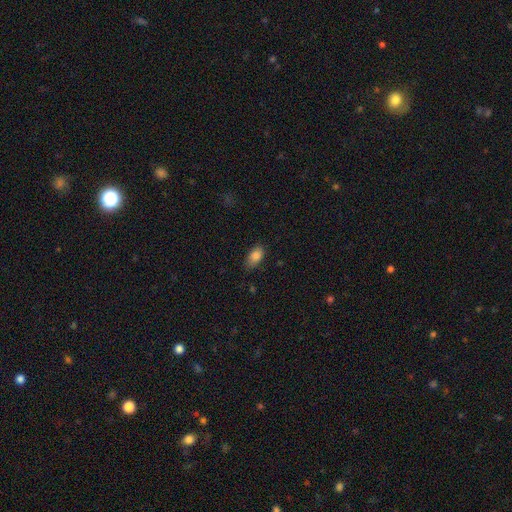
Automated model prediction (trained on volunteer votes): smooth 85%, star or artifact 8%, featured or disk 6%. Down the decision tree: how rounded — in between (91%); merging — none (72%).